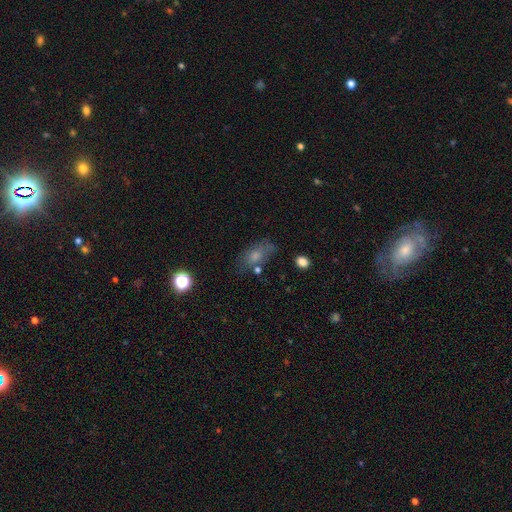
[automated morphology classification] This is likely a smooth galaxy (66%). How rounded: clearly in between (83%). Merging: possibly none (60%).